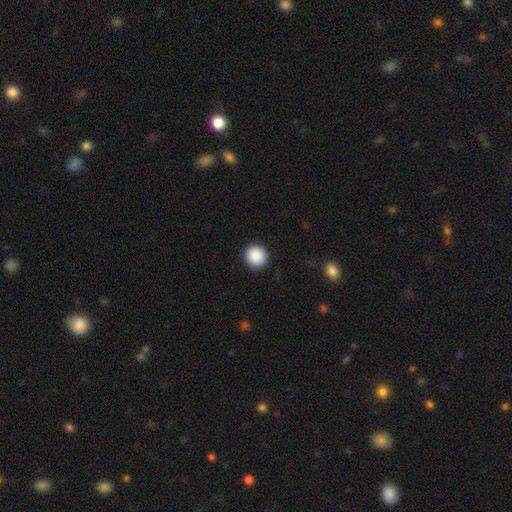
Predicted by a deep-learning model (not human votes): This is clearly a smooth galaxy (90%). How rounded: clearly round (95%). Merging: clearly none (92%).